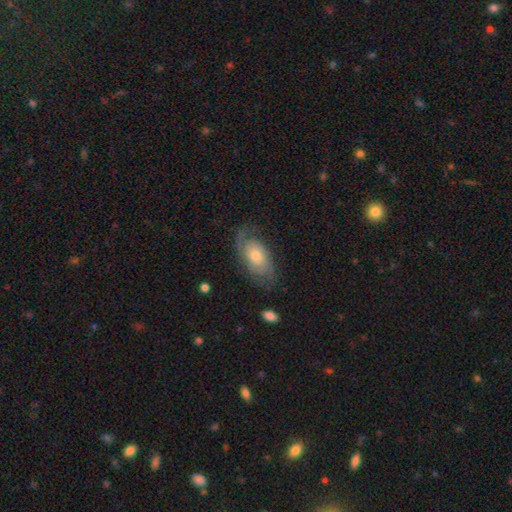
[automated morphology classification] Smooth or featured? Predicted: featured or disk (p=0.67). Edge-on disk? Predicted: no (p=0.94). Bar? Predicted: no (p=0.77). Spiral arms? Predicted: yes (p=0.87). Spiral winding? Predicted: tight (p=0.45). Spiral arm count? Predicted: 2 (p=0.61). Bulge size? Predicted: moderate (p=0.53). Merging? Predicted: none (p=0.68).